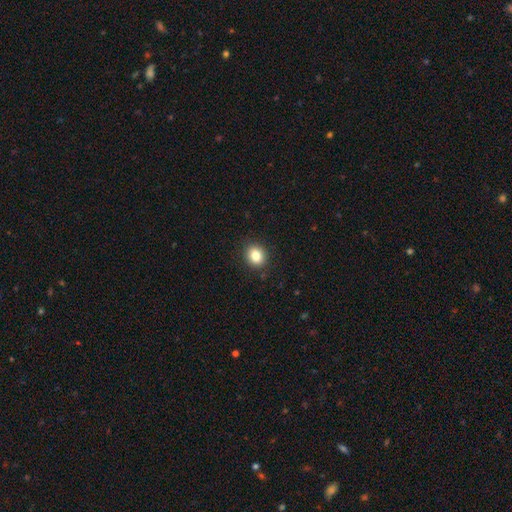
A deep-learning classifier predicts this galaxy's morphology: Smooth or featured?
  - smooth: 84% *
  - star or artifact: 10%
  - featured or disk: 6%
How rounded?
  - round: 69% *
  - in between: 31%
  - cigar-shaped: 1%
Merging?
  - none: 90% *
  - minor disturbance: 7%
  - major disturbance: 2%
  - merger: 1%